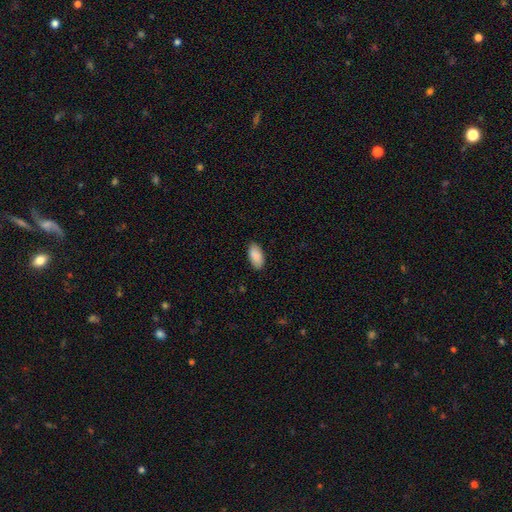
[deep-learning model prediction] Smooth or featured? Predicted: smooth (p=0.90). How rounded? Predicted: in between (p=0.95). Merging? Predicted: none (p=0.89).